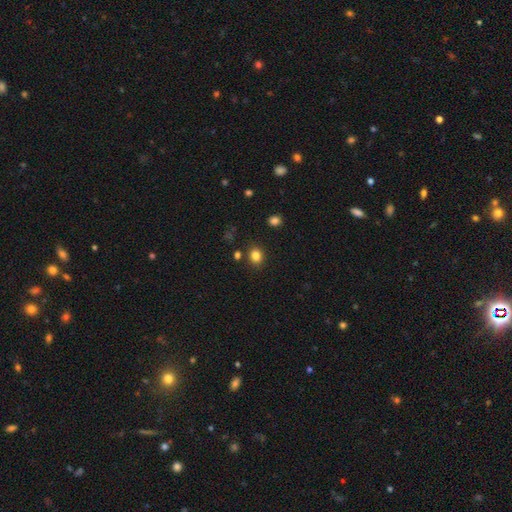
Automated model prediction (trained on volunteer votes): The model was most divided on "how rounded": round: 62%, in between: 37%, cigar-shaped: 1%. More confident: merging — none (85%); smooth or featured — smooth (83%).